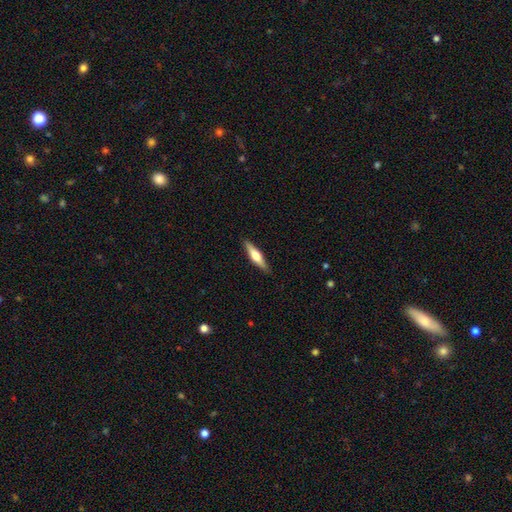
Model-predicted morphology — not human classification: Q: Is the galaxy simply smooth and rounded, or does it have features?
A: featured or disk — 52%.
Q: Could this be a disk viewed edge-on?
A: yes — 95%.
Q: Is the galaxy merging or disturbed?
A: none — 90%.